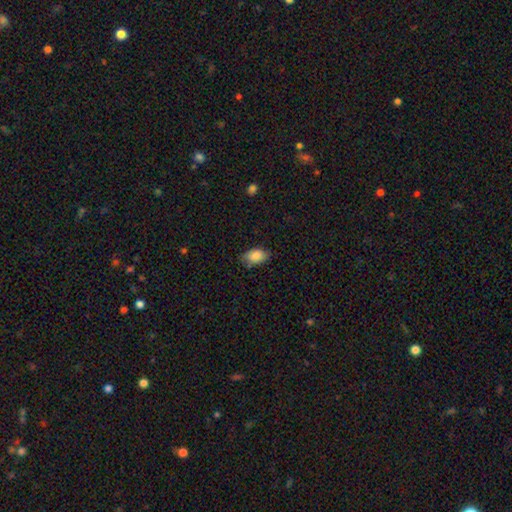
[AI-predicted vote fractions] A smooth galaxy with no disk features (82%) that is in between round and cigar-shaped (92%). Merging: none (76%).